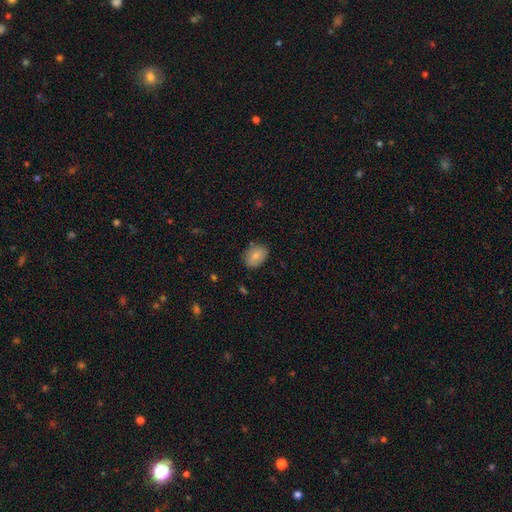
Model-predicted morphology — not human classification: smooth 78%, featured or disk 14%, star or artifact 8%. Down the decision tree: how rounded — in between (79%); merging — none (81%).